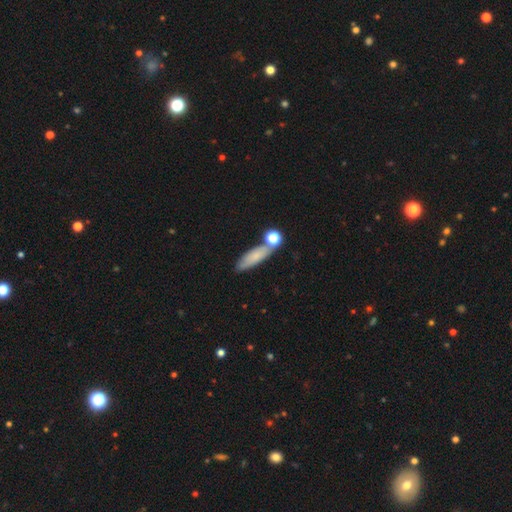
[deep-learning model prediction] This appears to be a smooth galaxy with no disk features (74%) that is cigar-shaped (49%). Merging: none (65%).